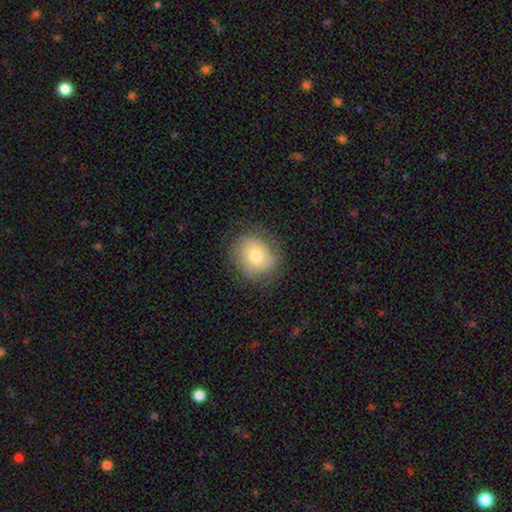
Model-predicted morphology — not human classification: Smooth or featured: smooth — 63% (featured or disk — 28%)
How rounded: round — 75% (in between — 24%)
Merging: none — 76% (minor disturbance — 16%)